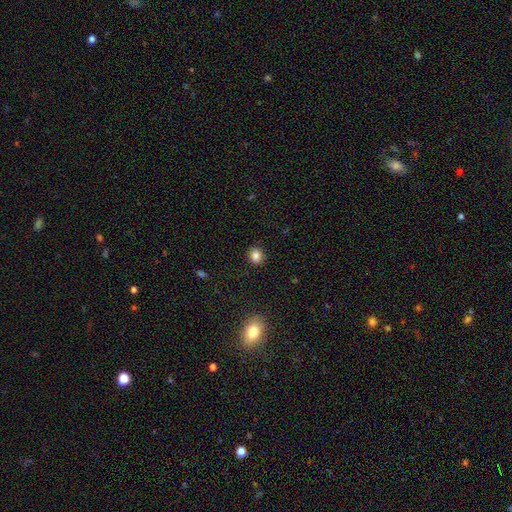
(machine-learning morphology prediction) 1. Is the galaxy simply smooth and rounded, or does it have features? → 84% smooth, 11% star or artifact, 5% featured or disk.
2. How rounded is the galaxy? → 71% round, 28% in between, 1% cigar-shaped.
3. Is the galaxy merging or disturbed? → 90% none, 7% minor disturbance, 2% major disturbance, 1% merger.